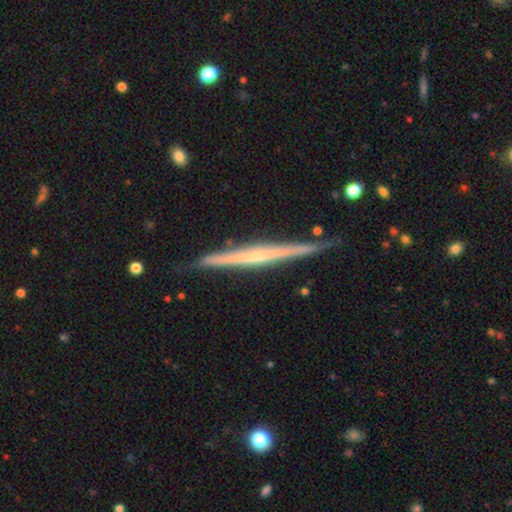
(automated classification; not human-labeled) This is likely a featured or disk galaxy (73%). It is clearly viewed edge-on (98%). Edge-on bulge: likely none (65%). Merging: clearly none (87%).